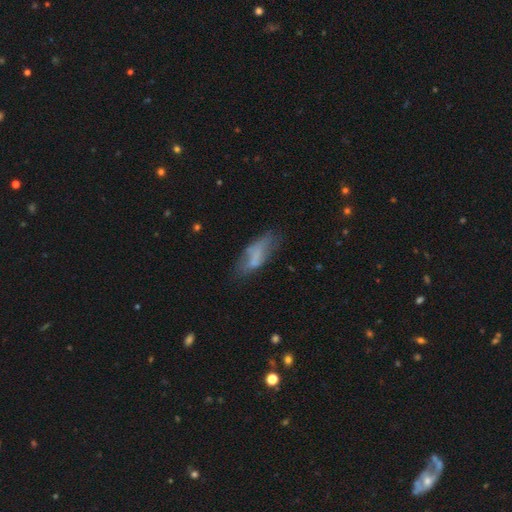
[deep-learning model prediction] Morphology: type=smooth (55%); roundness=in between (64%); merging=none (50%).